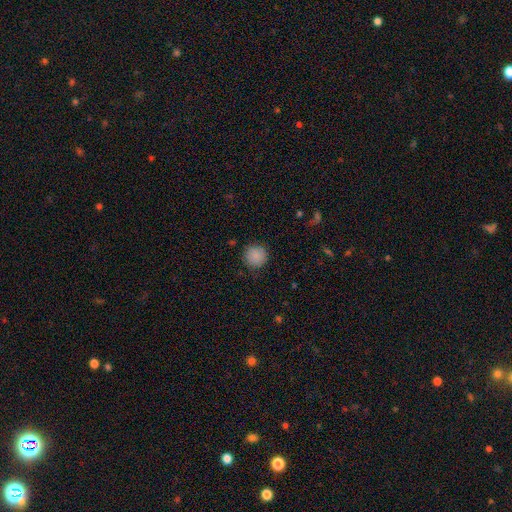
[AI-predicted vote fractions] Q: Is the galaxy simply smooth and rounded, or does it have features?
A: smooth — 87%.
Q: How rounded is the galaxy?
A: round — 93%.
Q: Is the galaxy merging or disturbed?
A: none — 86%.